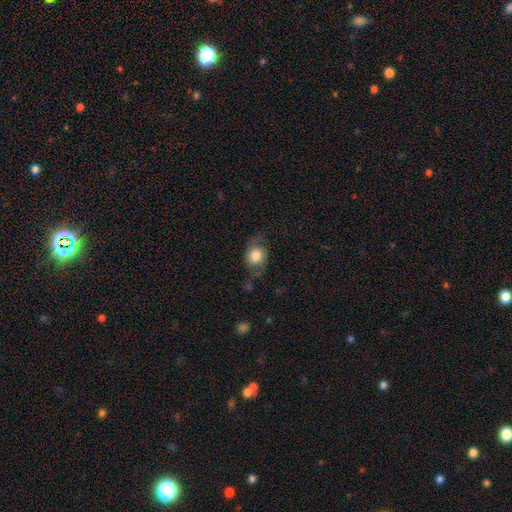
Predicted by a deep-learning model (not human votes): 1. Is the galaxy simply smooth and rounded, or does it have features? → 73% smooth, 19% featured or disk, 8% star or artifact.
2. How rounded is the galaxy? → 50% round, 49% in between, 2% cigar-shaped.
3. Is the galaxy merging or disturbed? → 58% none, 27% minor disturbance, 13% major disturbance, 3% merger.